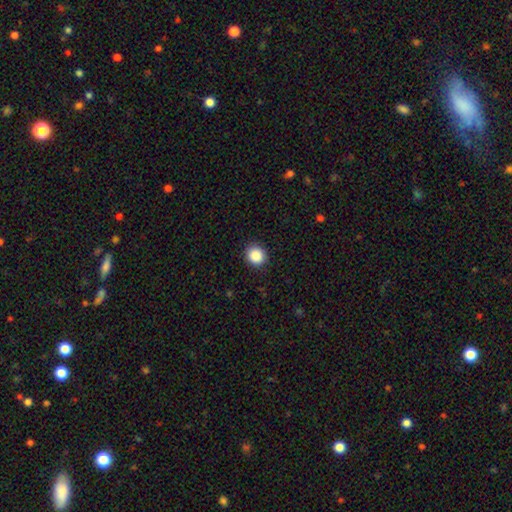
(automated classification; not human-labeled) This is clearly a smooth galaxy (89%). How rounded: clearly round (81%). Merging: clearly none (90%).